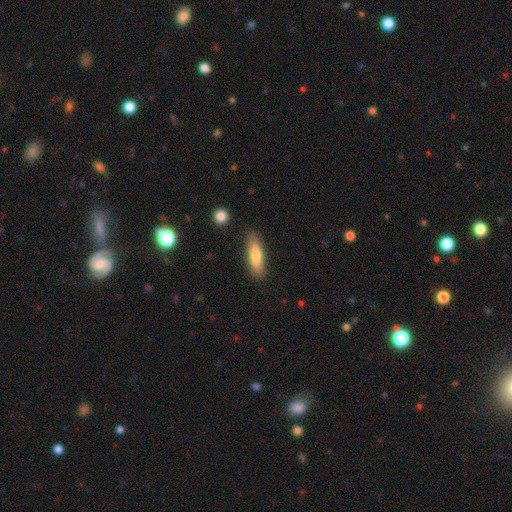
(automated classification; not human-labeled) Smooth or featured: smooth — 78% (featured or disk — 16%)
How rounded: cigar-shaped — 61% (in between — 37%)
Merging: none — 83% (minor disturbance — 12%)